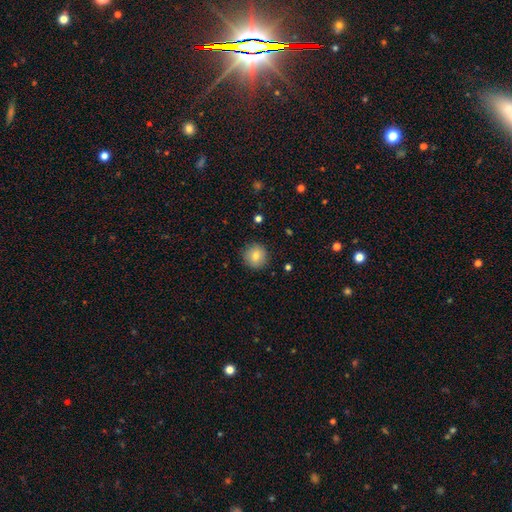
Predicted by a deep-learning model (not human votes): smooth 81%, featured or disk 10%, star or artifact 9%. Down the decision tree: how rounded — round (94%); merging — none (90%).